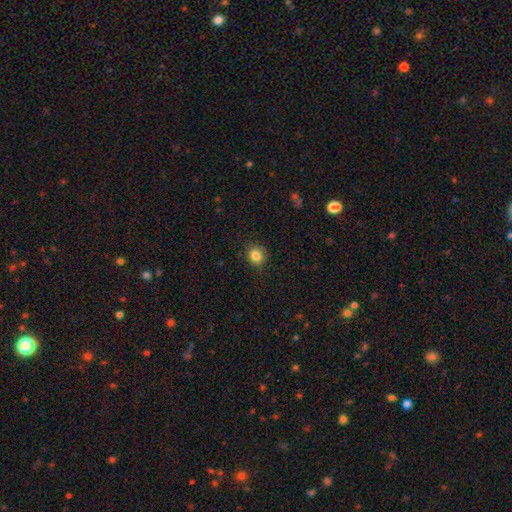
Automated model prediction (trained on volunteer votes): Smooth or featured? Predicted: smooth (p=0.85). How rounded? Predicted: round (p=0.84). Merging? Predicted: none (p=0.89).